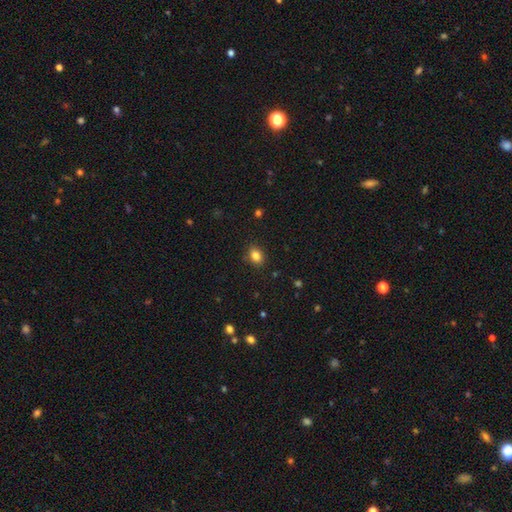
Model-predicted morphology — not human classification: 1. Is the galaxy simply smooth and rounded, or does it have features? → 83% smooth, 11% star or artifact, 6% featured or disk.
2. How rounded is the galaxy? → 56% in between, 43% round, 1% cigar-shaped.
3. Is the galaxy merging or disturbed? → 87% none, 9% minor disturbance, 2% major disturbance, 1% merger.